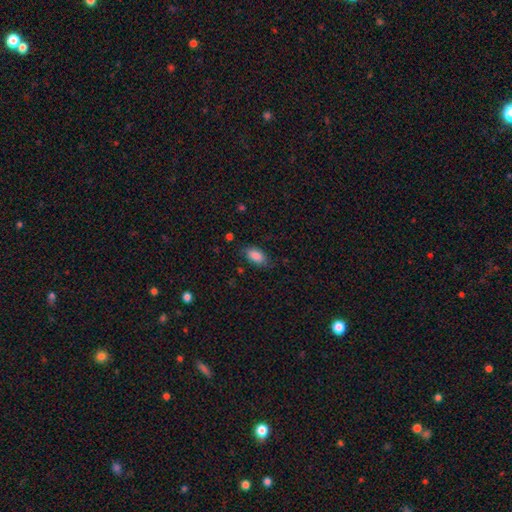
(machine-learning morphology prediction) smooth-or-featured: smooth: 85% | featured or disk: 8% | star or artifact: 7%
  how-rounded: in between: 92% | cigar-shaped: 4% | round: 4%
  merging: none: 76% | minor disturbance: 18% | major disturbance: 5% | merger: 1%